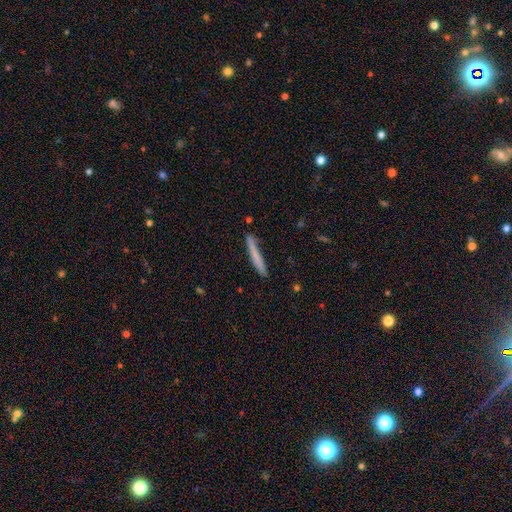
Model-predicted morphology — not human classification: Q: Smooth or featured?
A: smooth (71%); runner-up: featured or disk (23%)
Q: How rounded?
A: cigar-shaped (97%); runner-up: in between (2%)
Q: Merging?
A: none (84%); runner-up: minor disturbance (12%)